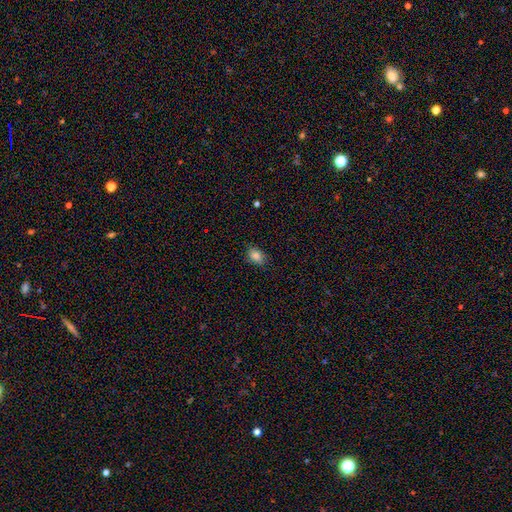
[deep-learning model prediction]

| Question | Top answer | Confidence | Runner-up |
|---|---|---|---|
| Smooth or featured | smooth | 83% | star or artifact (10%) |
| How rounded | in between | 72% | round (27%) |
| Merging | none | 84% | minor disturbance (13%) |